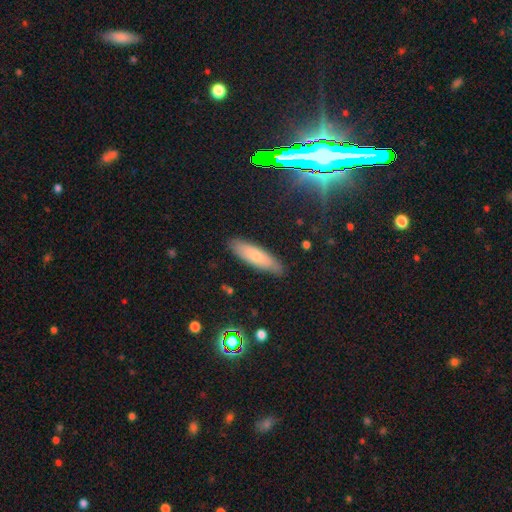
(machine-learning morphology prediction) Smooth or featured? smooth (72%)
How rounded? cigar-shaped (60%)
Merging? none (86%)